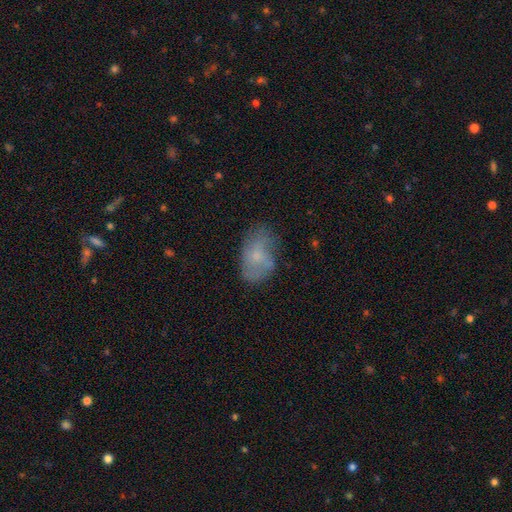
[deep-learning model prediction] This is possibly a smooth galaxy (53%). How rounded: clearly in between (88%). Merging: likely none (62%).